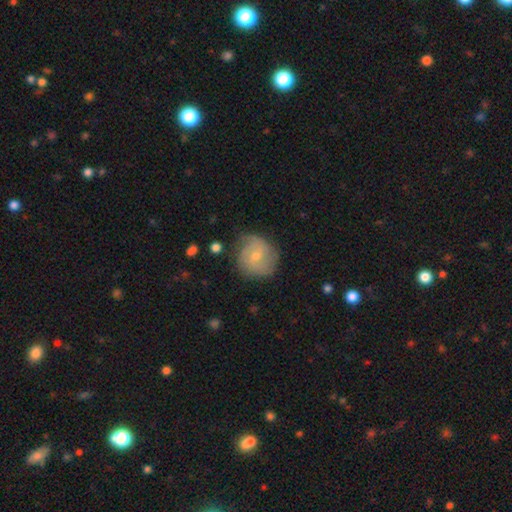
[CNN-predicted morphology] Q: Smooth or featured?
A: featured or disk (59%); runner-up: smooth (34%)
Q: Edge-on disk?
A: no (98%); runner-up: yes (2%)
Q: Bar?
A: no (58%); runner-up: weak (37%)
Q: Spiral arms?
A: yes (87%); runner-up: no (13%)
Q: Bulge size?
A: small (58%); runner-up: moderate (38%)
Q: Merging?
A: none (69%); runner-up: minor disturbance (22%)